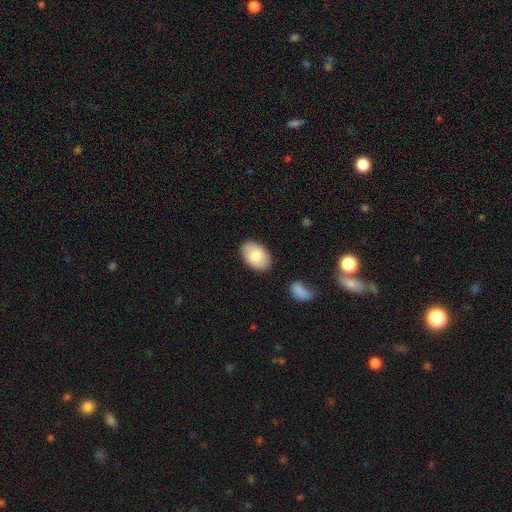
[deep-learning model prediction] This is clearly a smooth galaxy (82%). How rounded: clearly in between (91%). Merging: clearly none (85%).